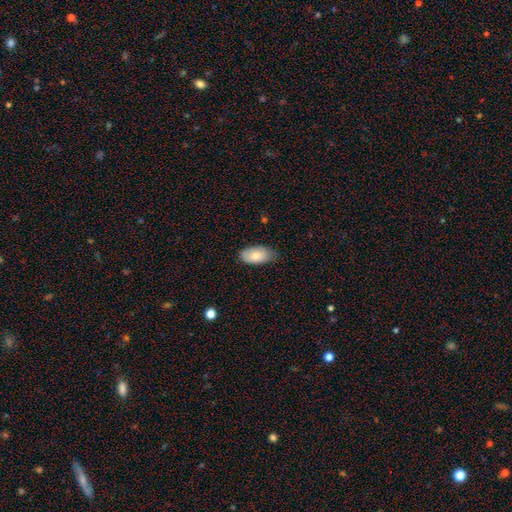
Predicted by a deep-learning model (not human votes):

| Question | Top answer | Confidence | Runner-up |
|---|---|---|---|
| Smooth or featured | smooth | 81% | featured or disk (13%) |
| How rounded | in between | 95% | round (3%) |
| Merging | none | 66% | minor disturbance (28%) |